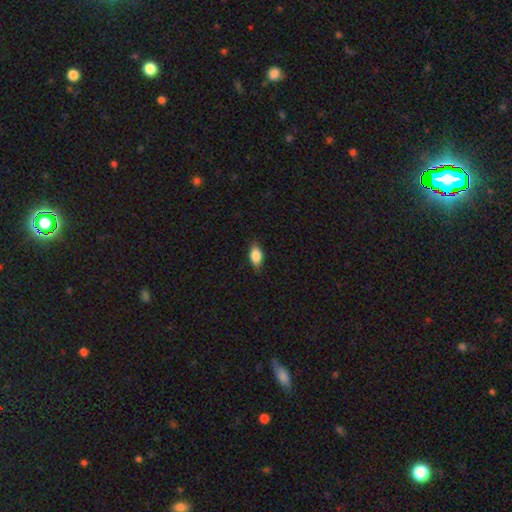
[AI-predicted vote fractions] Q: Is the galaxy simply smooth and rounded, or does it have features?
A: smooth — 83%.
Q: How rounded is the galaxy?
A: in between — 87%.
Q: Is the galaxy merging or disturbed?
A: none — 84%.